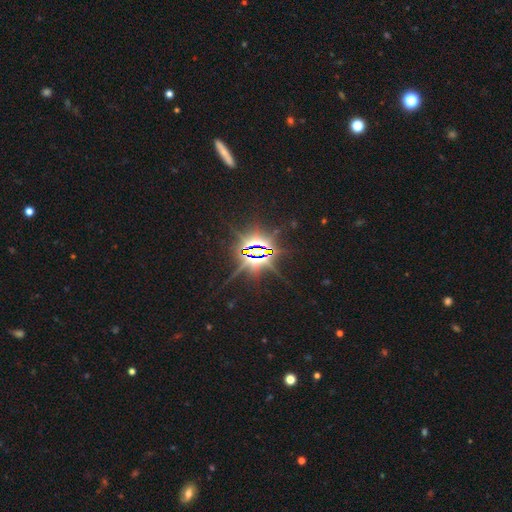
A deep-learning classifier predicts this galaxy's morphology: Smooth or featured? star or artifact (85%)